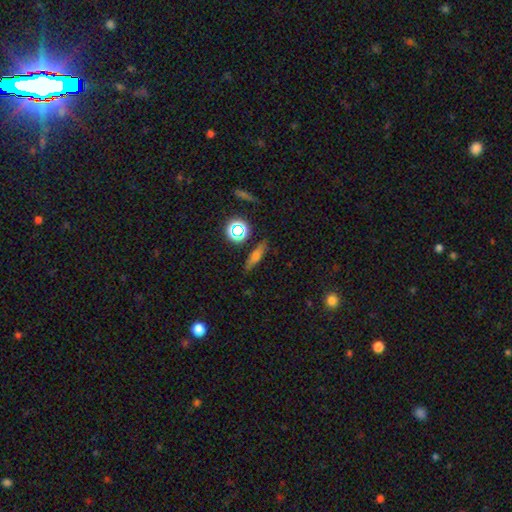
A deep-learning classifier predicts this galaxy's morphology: This appears to be a smooth galaxy with no disk features (54%) that is cigar-shaped (62%). Merging: none (84%).